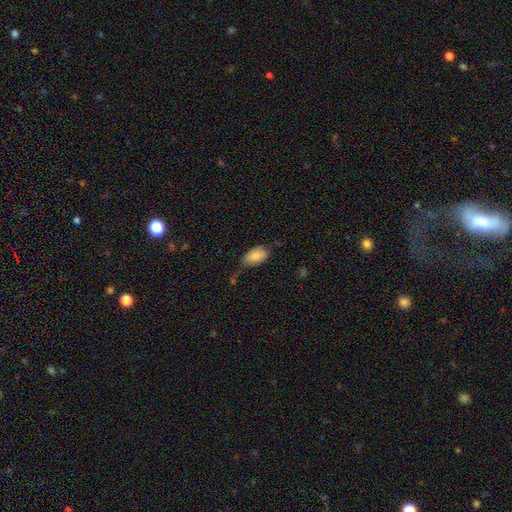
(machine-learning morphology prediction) Q: Smooth or featured?
A: smooth (86%); runner-up: featured or disk (7%)
Q: How rounded?
A: in between (92%); runner-up: round (6%)
Q: Merging?
A: none (52%); runner-up: minor disturbance (35%)